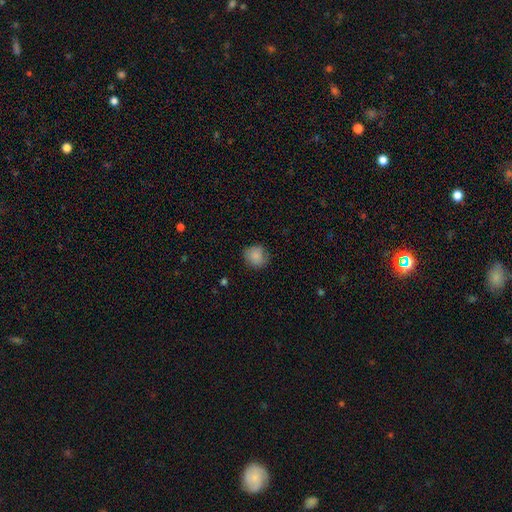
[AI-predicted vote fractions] Overall: smooth (85%). How rounded: round (81%). Merging: none (76%).